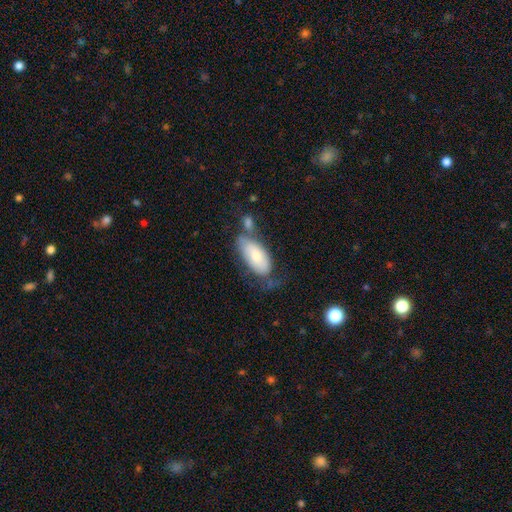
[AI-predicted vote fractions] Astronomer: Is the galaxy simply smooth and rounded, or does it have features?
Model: smooth — 71%.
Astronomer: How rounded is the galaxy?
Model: in between — 90%.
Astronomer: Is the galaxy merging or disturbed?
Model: none — 39% (runner-up: minor disturbance, 27%).